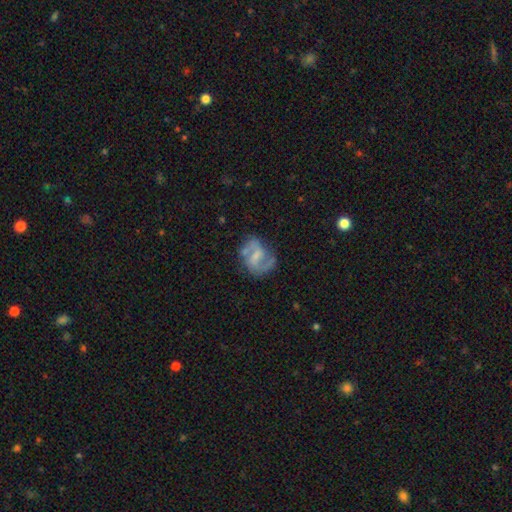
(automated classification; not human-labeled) Q: Smooth or featured?
A: featured or disk (77%); runner-up: smooth (16%)
Q: Edge-on disk?
A: no (98%); runner-up: yes (2%)
Q: Bar?
A: weak (53%); runner-up: strong (26%)
Q: Spiral arms?
A: yes (89%); runner-up: no (11%)
Q: Spiral winding?
A: medium (50%); runner-up: loose (33%)
Q: Spiral arm count?
A: 2 (82%); runner-up: can't tell (8%)
Q: Bulge size?
A: small (38%); runner-up: none (29%)
Q: Merging?
A: none (59%); runner-up: minor disturbance (22%)